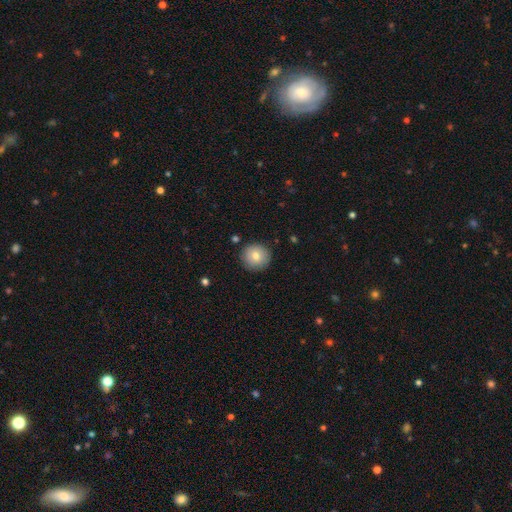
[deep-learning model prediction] smooth-or-featured: smooth: 79% | featured or disk: 13% | star or artifact: 9%
  how-rounded: round: 94% | in between: 5% | cigar-shaped: 1%
  merging: none: 89% | minor disturbance: 8% | major disturbance: 2% | merger: 1%